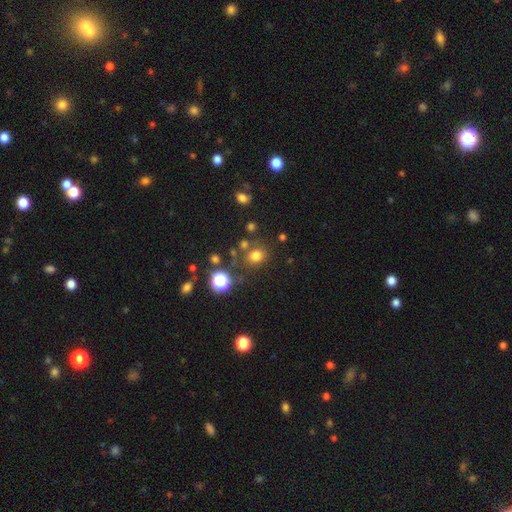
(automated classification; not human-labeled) This appears to be a smooth galaxy with no disk features (72%) that is round (69%). Merging: none (73%).